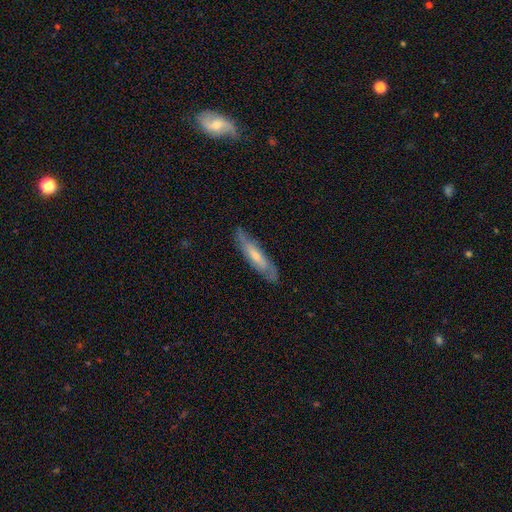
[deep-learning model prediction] Smooth or featured?
  - featured or disk: 52% *
  - smooth: 42%
  - star or artifact: 6%
Edge-on disk?
  - no: 51% *
  - yes: 49%
Merging?
  - none: 79% *
  - minor disturbance: 16%
  - major disturbance: 4%
  - merger: 1%